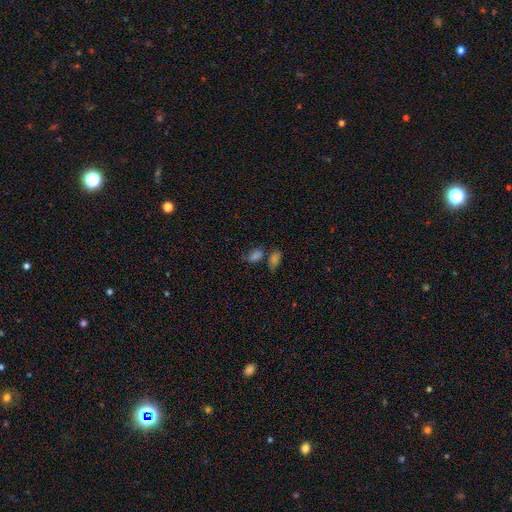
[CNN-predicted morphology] This is likely a smooth galaxy (64%). How rounded: clearly in between (80%). Merging: possibly none (51%).